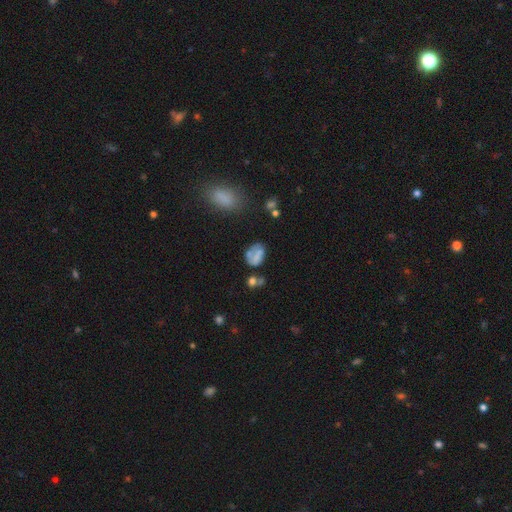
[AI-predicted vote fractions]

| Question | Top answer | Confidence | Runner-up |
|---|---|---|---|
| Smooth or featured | smooth | 56% | featured or disk (31%) |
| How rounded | in between | 78% | round (20%) |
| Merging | none | 40% | minor disturbance (24%) |